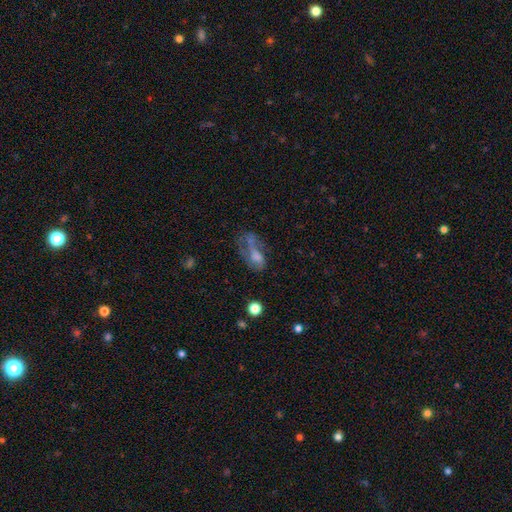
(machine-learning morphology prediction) smooth-or-featured: featured or disk: 49% | smooth: 35% | star or artifact: 16%
  merging: major disturbance: 36% | none: 35% | minor disturbance: 20% | merger: 9%